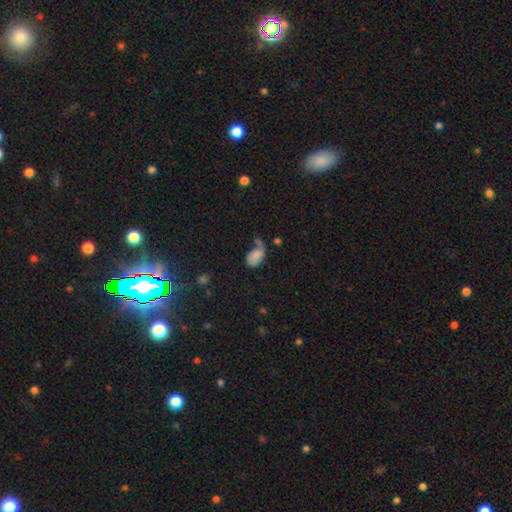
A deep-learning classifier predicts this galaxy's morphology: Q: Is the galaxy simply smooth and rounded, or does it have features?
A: smooth — 70%.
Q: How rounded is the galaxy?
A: in between — 88%.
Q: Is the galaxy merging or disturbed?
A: major disturbance — 33%.